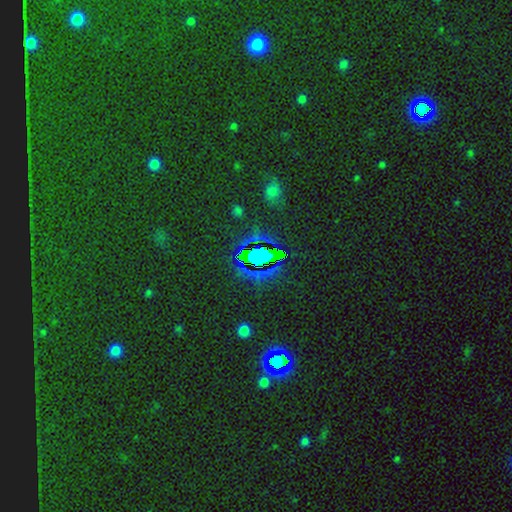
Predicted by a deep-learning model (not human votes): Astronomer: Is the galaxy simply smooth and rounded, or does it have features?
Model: star or artifact — 78%.